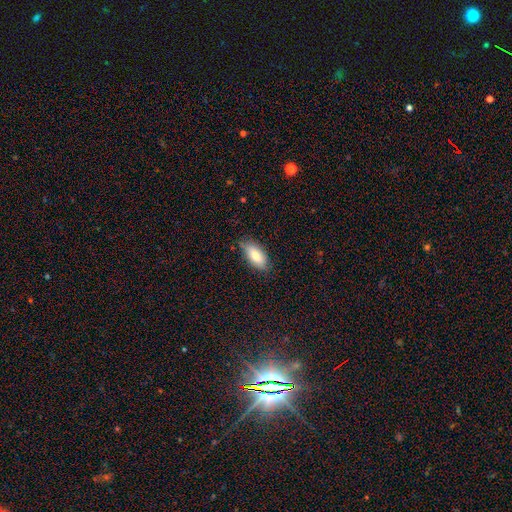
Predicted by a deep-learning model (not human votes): A smooth galaxy with no disk features (81%) that is in between round and cigar-shaped (86%). Merging: none (75%).